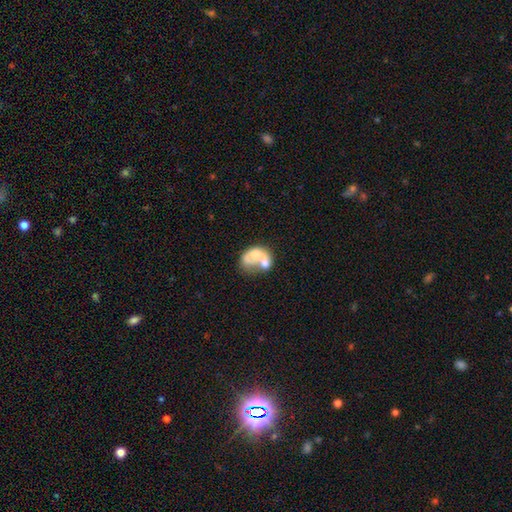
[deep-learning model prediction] This is possibly a featured or disk galaxy (47%). Merging: marginally merger (33%).